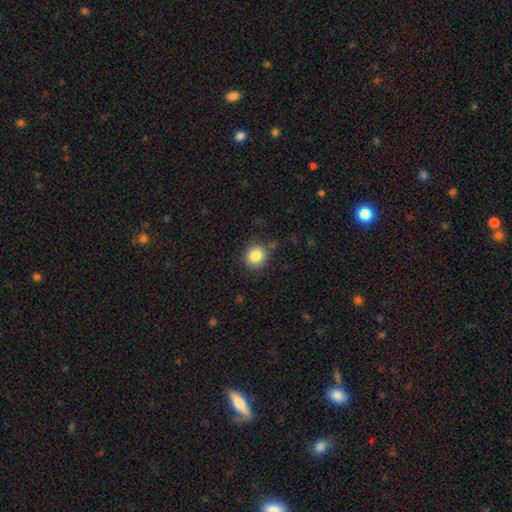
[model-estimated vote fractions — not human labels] Smooth or featured?
  - smooth: 84% *
  - star or artifact: 10%
  - featured or disk: 6%
How rounded?
  - round: 84% *
  - in between: 15%
  - cigar-shaped: 1%
Merging?
  - none: 82% *
  - minor disturbance: 12%
  - major disturbance: 3%
  - merger: 3%